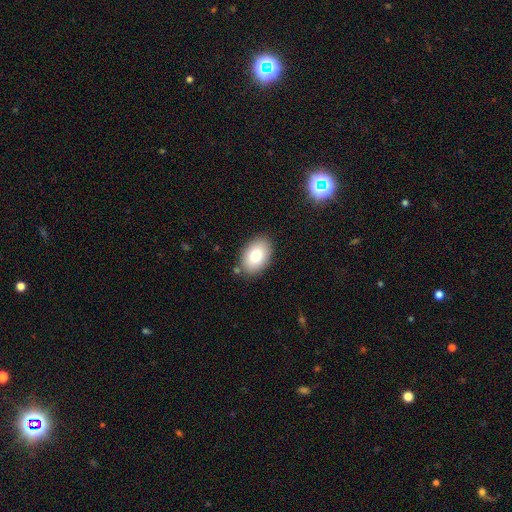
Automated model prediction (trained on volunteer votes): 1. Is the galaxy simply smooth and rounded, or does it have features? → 83% smooth, 10% featured or disk, 7% star or artifact.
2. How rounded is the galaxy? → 90% in between, 9% round, 1% cigar-shaped.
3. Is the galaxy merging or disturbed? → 84% none, 11% minor disturbance, 3% major disturbance, 2% merger.